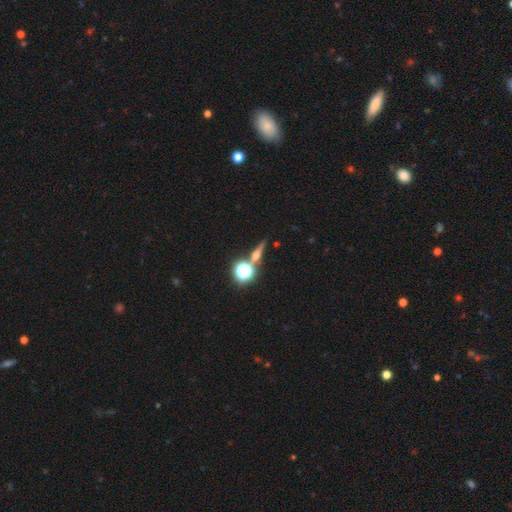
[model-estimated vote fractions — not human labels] Q: Smooth or featured?
A: featured or disk (51%); runner-up: smooth (25%)
Q: Edge-on disk?
A: yes (90%); runner-up: no (10%)
Q: Merging?
A: none (77%); runner-up: merger (11%)